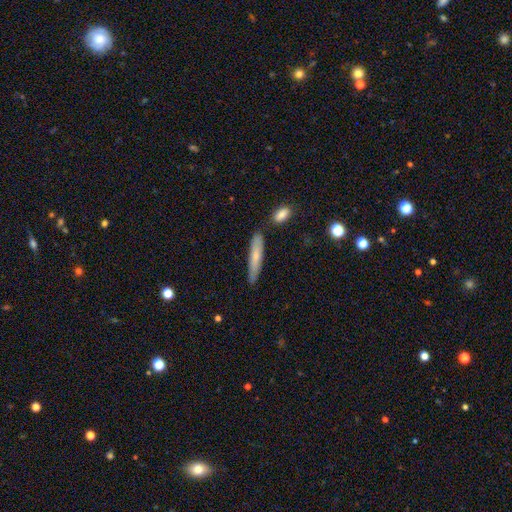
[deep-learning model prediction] Smooth or featured: smooth — 67% (featured or disk — 27%)
How rounded: cigar-shaped — 88% (in between — 10%)
Merging: none — 79% (minor disturbance — 13%)